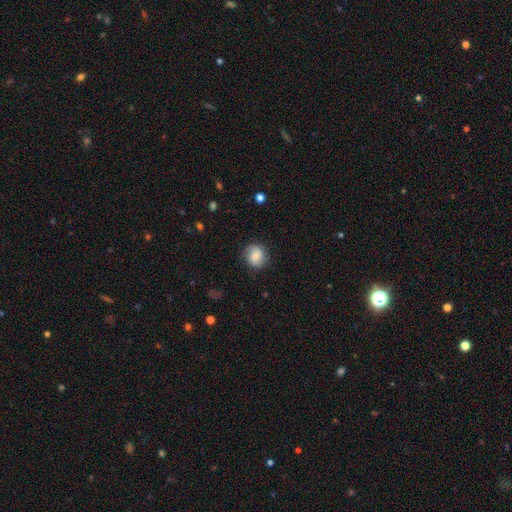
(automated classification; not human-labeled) The model was most divided on "smooth or featured": smooth: 71%, featured or disk: 21%, star or artifact: 8%. More confident: how rounded — round (80%); merging — none (77%).